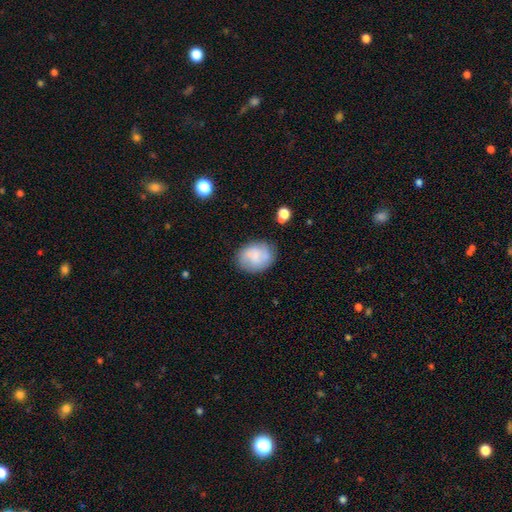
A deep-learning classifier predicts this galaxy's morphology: Q: Smooth or featured?
A: smooth (64%); runner-up: featured or disk (28%)
Q: How rounded?
A: in between (51%); runner-up: round (48%)
Q: Merging?
A: none (72%); runner-up: minor disturbance (19%)